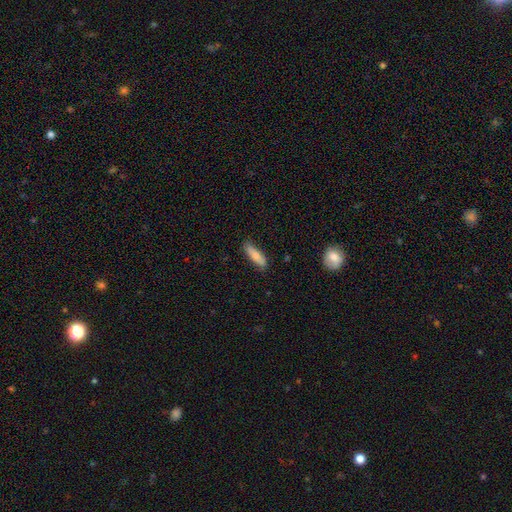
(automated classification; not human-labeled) Smooth or featured: smooth — 79% (featured or disk — 15%)
How rounded: cigar-shaped — 63% (in between — 35%)
Merging: none — 81% (minor disturbance — 15%)